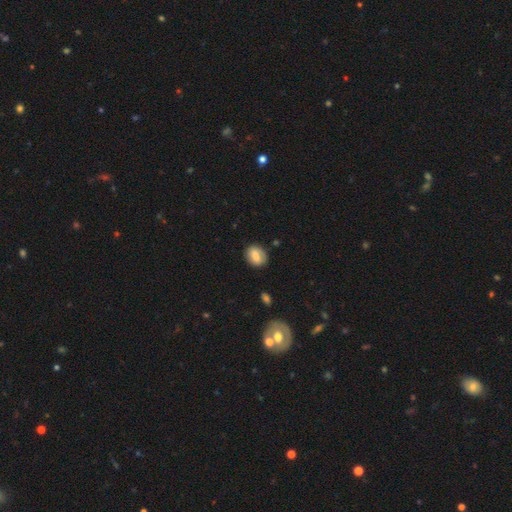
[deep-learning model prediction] Smooth or featured?
  - smooth: 72% *
  - featured or disk: 20%
  - star or artifact: 8%
How rounded?
  - in between: 59% *
  - round: 39%
  - cigar-shaped: 2%
Merging?
  - none: 81% *
  - minor disturbance: 13%
  - major disturbance: 3%
  - merger: 2%